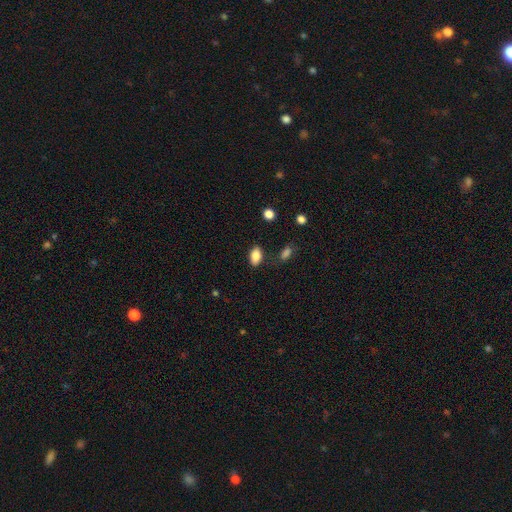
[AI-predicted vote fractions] Q: Smooth or featured?
A: smooth (84%); runner-up: star or artifact (9%)
Q: How rounded?
A: in between (90%); runner-up: round (7%)
Q: Merging?
A: none (81%); runner-up: minor disturbance (13%)